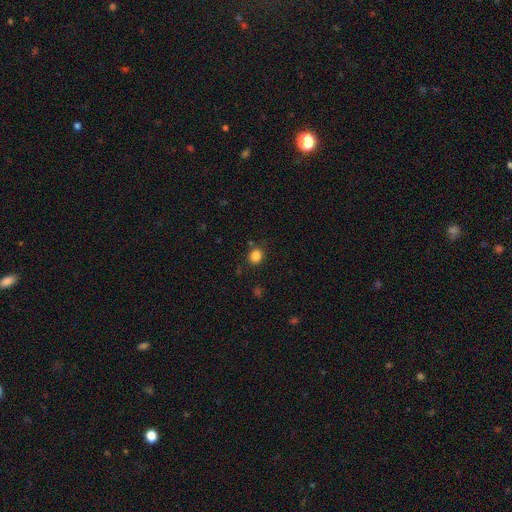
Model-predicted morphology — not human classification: Smooth or featured? Predicted: smooth (p=0.84). How rounded? Predicted: round (p=0.77). Merging? Predicted: none (p=0.83).